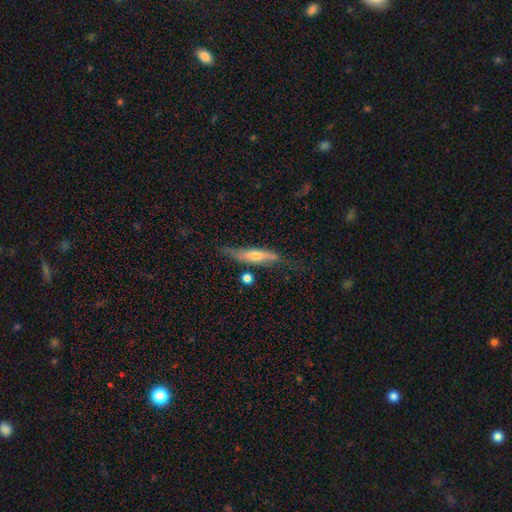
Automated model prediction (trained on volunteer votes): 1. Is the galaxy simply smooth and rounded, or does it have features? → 50% featured or disk, 43% smooth, 6% star or artifact.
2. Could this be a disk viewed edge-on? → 77% yes, 23% no.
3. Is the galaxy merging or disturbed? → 61% none, 25% minor disturbance, 8% major disturbance, 5% merger.